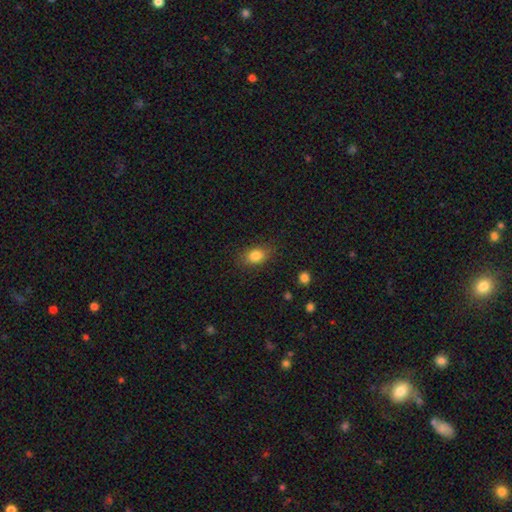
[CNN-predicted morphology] The model was most divided on "how rounded": in between: 74%, round: 24%, cigar-shaped: 2%. More confident: smooth or featured — smooth (82%); merging — none (82%).